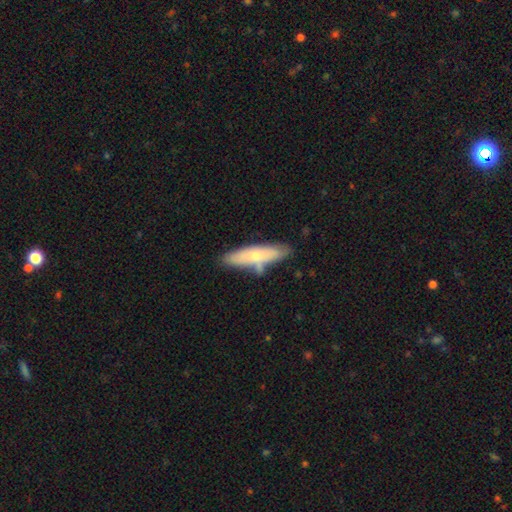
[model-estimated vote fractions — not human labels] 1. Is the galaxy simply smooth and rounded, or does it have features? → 62% smooth, 32% featured or disk, 6% star or artifact.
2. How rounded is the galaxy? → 68% cigar-shaped, 30% in between, 2% round.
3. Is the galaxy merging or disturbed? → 66% none, 17% minor disturbance, 13% merger, 4% major disturbance.